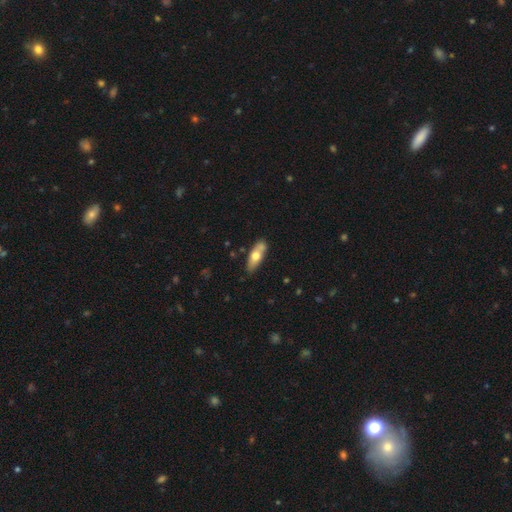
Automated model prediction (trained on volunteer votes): smooth 60%, featured or disk 34%, star or artifact 6%. Down the decision tree: how rounded — in between (63%); merging — none (66%).